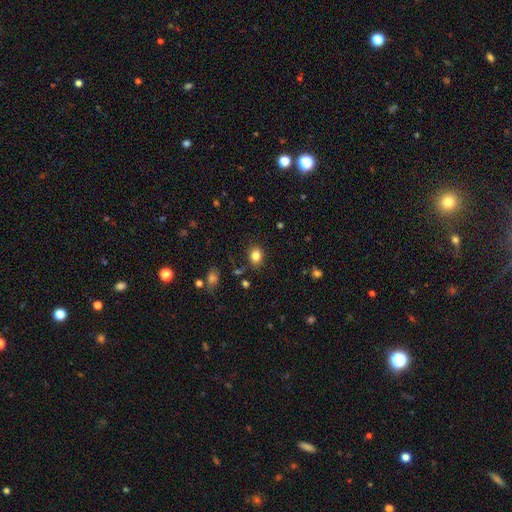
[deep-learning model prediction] Overall: smooth (83%). How rounded: round (59%; in between 40%). Merging: none (84%).